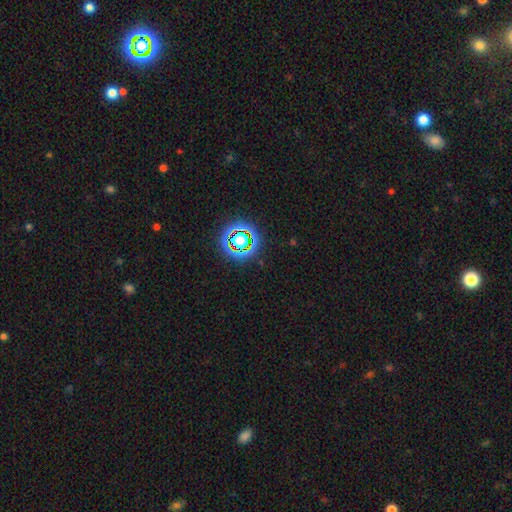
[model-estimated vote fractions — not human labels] Smooth or featured? Predicted: star or artifact (p=0.76).